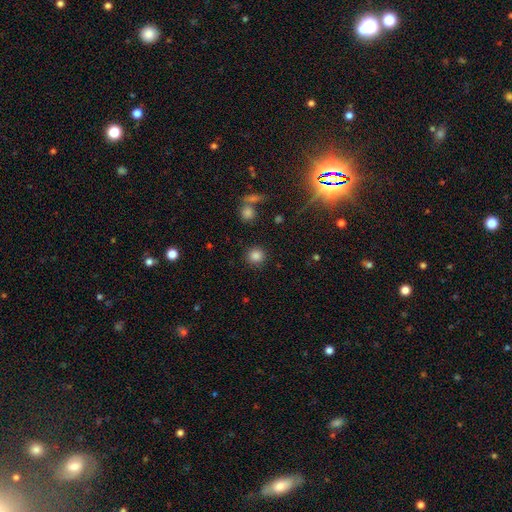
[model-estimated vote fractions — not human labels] A smooth galaxy with no disk features (84%) that is round (92%). Merging: none (88%).